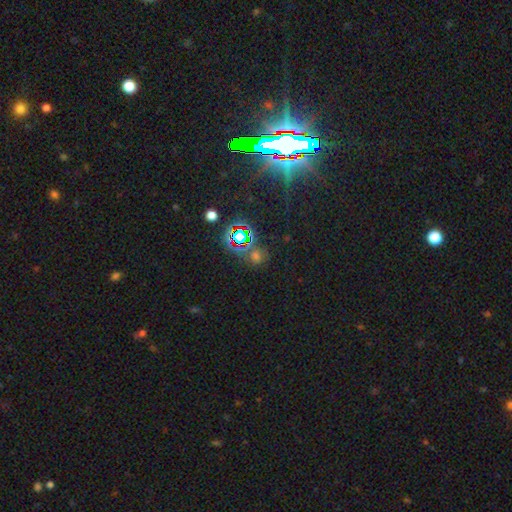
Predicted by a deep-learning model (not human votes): This appears to be a star or artifact, not a galaxy (57%).